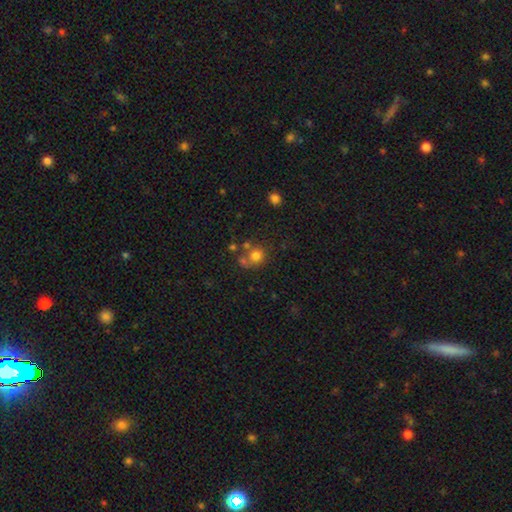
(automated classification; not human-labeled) A smooth galaxy with no disk features (73%) that is round (83%).

Vote fractions:
- Smooth or featured? smooth: 73% / star or artifact: 14% / featured or disk: 12%
- How rounded? round: 83% / in between: 16% / cigar-shaped: 1%
- Merging? none: 52% / merger: 29% / minor disturbance: 13% / major disturbance: 7%